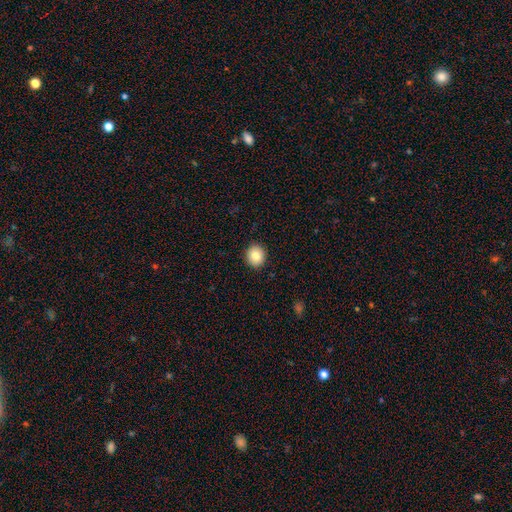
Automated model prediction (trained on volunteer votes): smooth 83%, star or artifact 9%, featured or disk 8%. Down the decision tree: how rounded — round (85%); merging — none (92%).